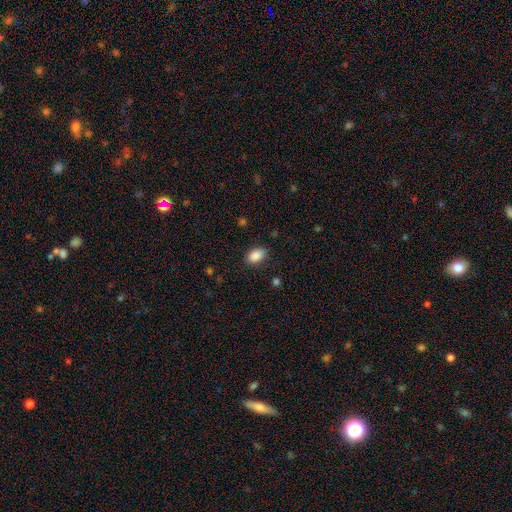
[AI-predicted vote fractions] smooth-or-featured: smooth: 89% | star or artifact: 8% | featured or disk: 4%
  how-rounded: in between: 89% | round: 9% | cigar-shaped: 2%
  merging: none: 85% | minor disturbance: 11% | major disturbance: 3% | merger: 1%